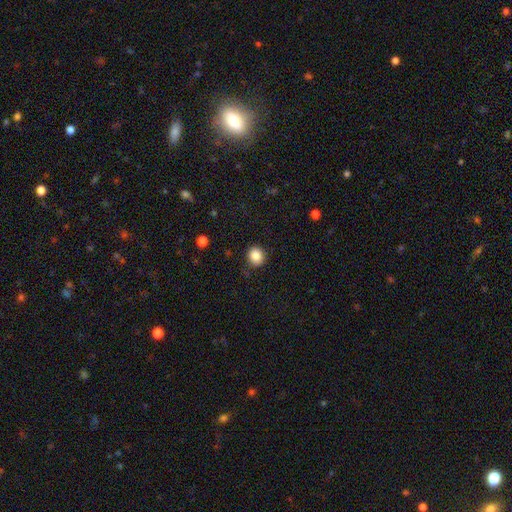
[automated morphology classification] A smooth galaxy with no disk features (85%) that is round (83%). Merging: none (88%).